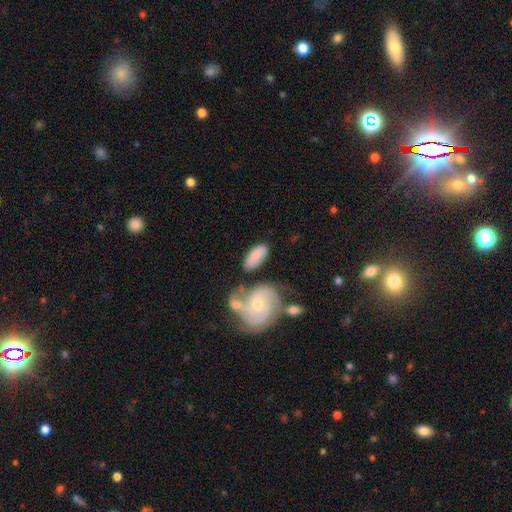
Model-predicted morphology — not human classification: A smooth galaxy with no disk features (75%) that is in between round and cigar-shaped (86%).

Vote fractions:
- Smooth or featured? smooth: 75% / featured or disk: 19% / star or artifact: 6%
- How rounded? in between: 86% / cigar-shaped: 11% / round: 3%
- Merging? none: 63% / minor disturbance: 17% / merger: 14% / major disturbance: 6%